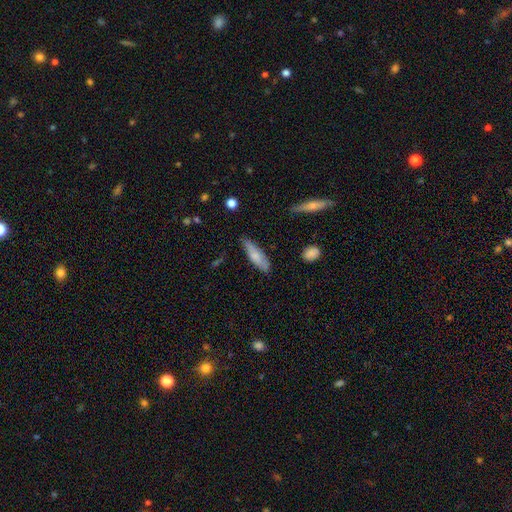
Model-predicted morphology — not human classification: Smooth or featured? smooth (72%)
How rounded? cigar-shaped (56%)
Merging? none (74%)